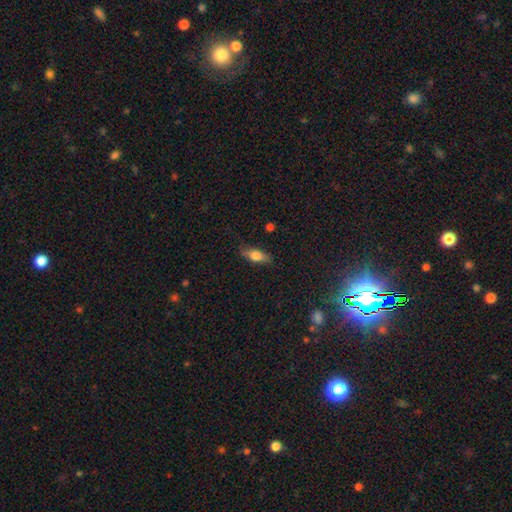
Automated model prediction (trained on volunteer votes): Smooth or featured: smooth — 64% (featured or disk — 28%)
How rounded: in between — 64% (cigar-shaped — 32%)
Merging: none — 83% (minor disturbance — 13%)